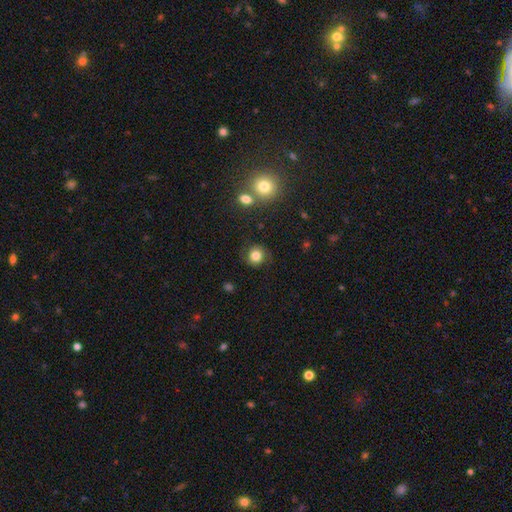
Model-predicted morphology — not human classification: Smooth or featured? Predicted: smooth (p=0.80). How rounded? Predicted: round (p=0.87). Merging? Predicted: none (p=0.81).